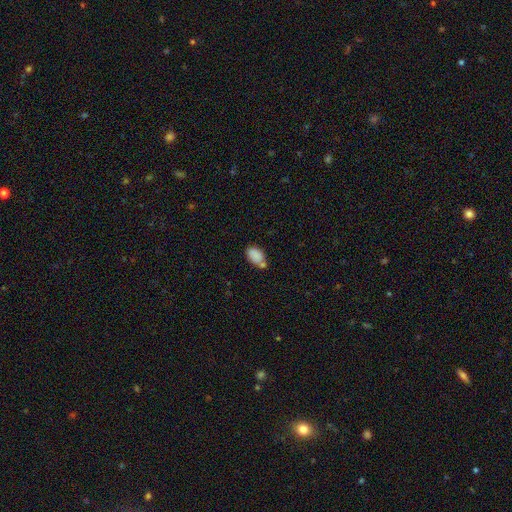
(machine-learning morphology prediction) This appears to be a smooth galaxy with no disk features (85%) that is in between round and cigar-shaped (91%). Merging: none (49%).